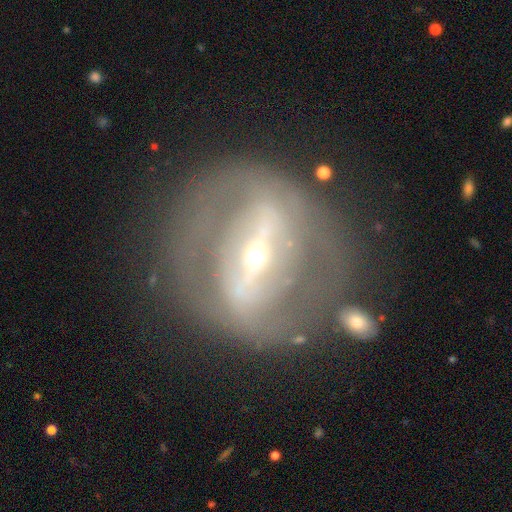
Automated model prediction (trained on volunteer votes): Overall: featured or disk (81%). Edge-on disk: no (90%). Bar: strong (70%). Spiral arms: no (53%; yes 47%). Bulge size: small (75%). Merging: none (70%).